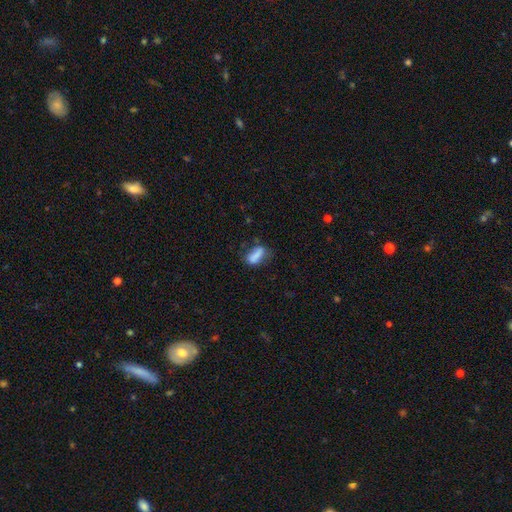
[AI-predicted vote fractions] Smooth or featured?
  - smooth: 78% *
  - featured or disk: 13%
  - star or artifact: 9%
How rounded?
  - in between: 70% *
  - cigar-shaped: 25%
  - round: 5%
Merging?
  - none: 54% *
  - minor disturbance: 27%
  - major disturbance: 13%
  - merger: 5%